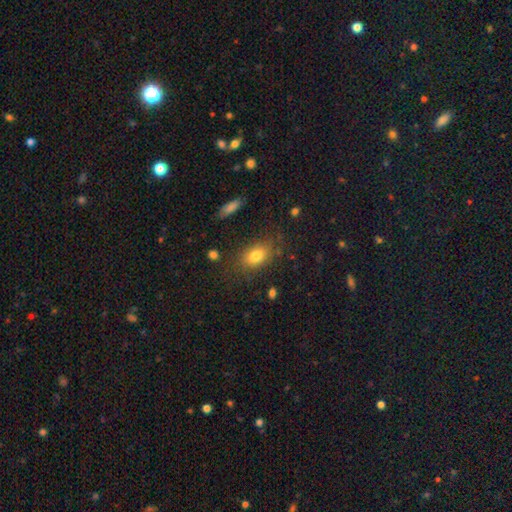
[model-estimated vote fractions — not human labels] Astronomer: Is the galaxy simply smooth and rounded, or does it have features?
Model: smooth — 78%.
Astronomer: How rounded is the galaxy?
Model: in between — 79%.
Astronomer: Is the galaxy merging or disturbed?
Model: none — 76%.